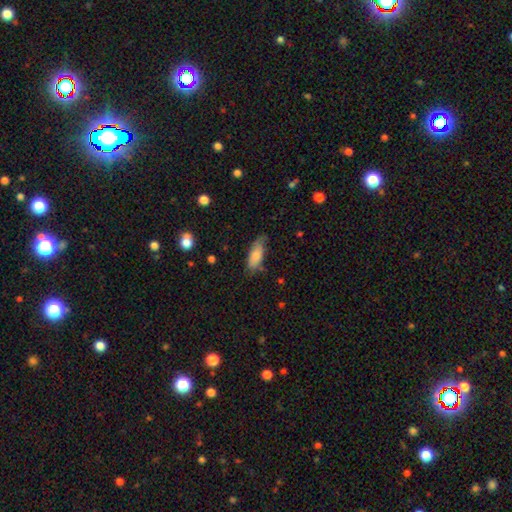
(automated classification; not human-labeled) smooth 74%, featured or disk 19%, star or artifact 7%. Down the decision tree: how rounded — in between (73%); merging — none (61%).